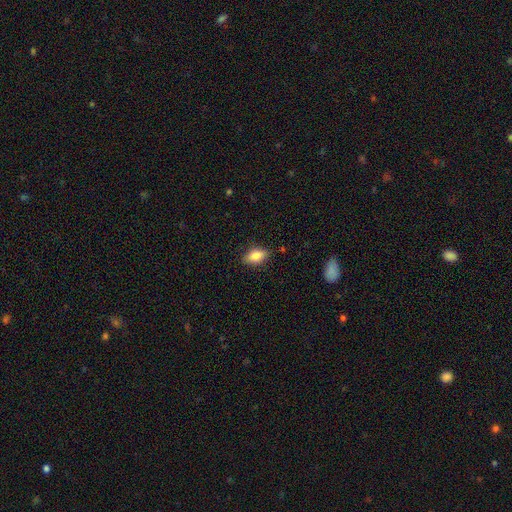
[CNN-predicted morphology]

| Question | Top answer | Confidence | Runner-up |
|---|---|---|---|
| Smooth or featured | smooth | 86% | star or artifact (7%) |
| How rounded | in between | 90% | round (6%) |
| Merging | none | 83% | minor disturbance (13%) |